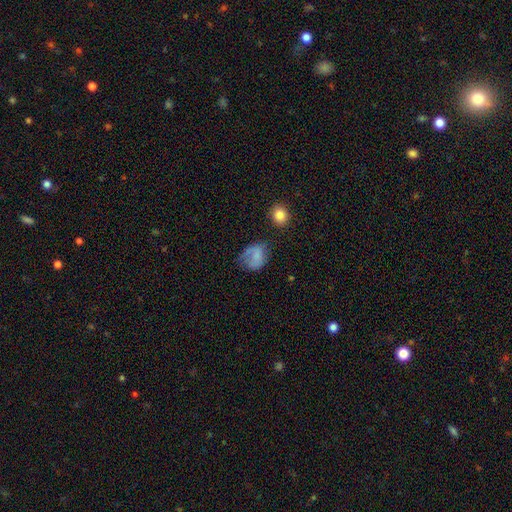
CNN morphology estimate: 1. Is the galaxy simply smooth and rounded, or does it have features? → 65% smooth, 24% featured or disk, 11% star or artifact.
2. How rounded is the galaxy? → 51% in between, 48% round, 1% cigar-shaped.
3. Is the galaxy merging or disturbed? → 39% none, 30% minor disturbance, 27% major disturbance, 5% merger.